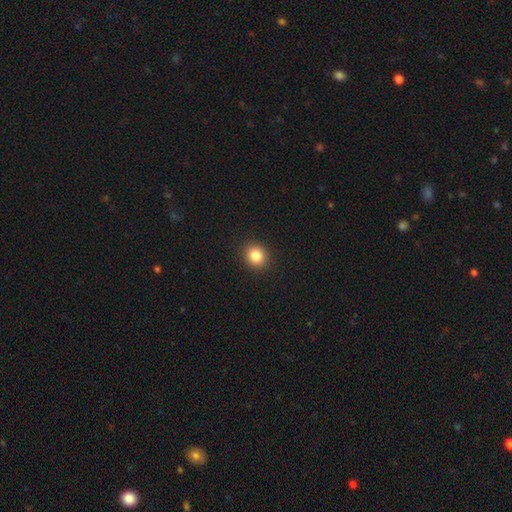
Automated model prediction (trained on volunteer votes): A smooth galaxy with no disk features (84%) that is round (86%). Merging: none (92%).